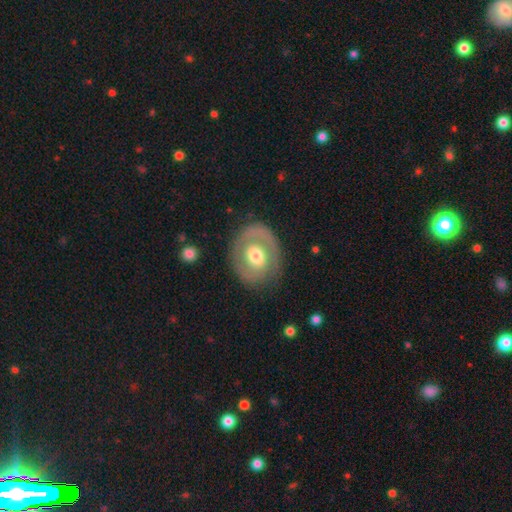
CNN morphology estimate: smooth_or_featured: featured or disk (p=0.61) [alt: smooth p=0.33]
disk_edge_on: no (p=0.96) [alt: yes p=0.04]
bar: no (p=0.58) [alt: weak p=0.30]
has_spiral_arms: no (p=0.53) [alt: yes p=0.47]
bulge_size: moderate (p=0.66) [alt: large p=0.17]
merging: none (p=0.79) [alt: minor disturbance p=0.13]